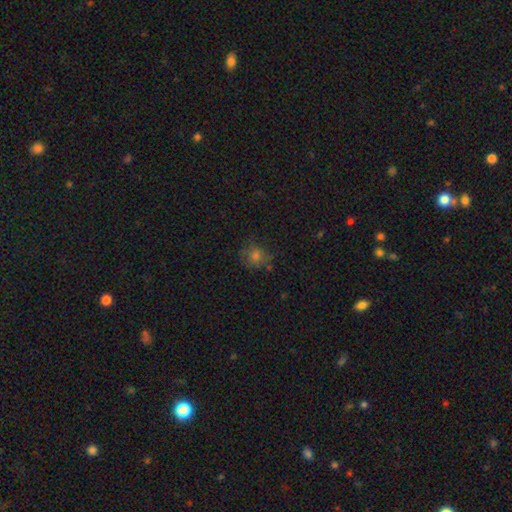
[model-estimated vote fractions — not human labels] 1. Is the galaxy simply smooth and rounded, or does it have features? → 65% smooth, 21% star or artifact, 13% featured or disk.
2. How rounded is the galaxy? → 77% round, 21% in between, 1% cigar-shaped.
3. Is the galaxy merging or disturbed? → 69% none, 19% minor disturbance, 9% major disturbance, 3% merger.